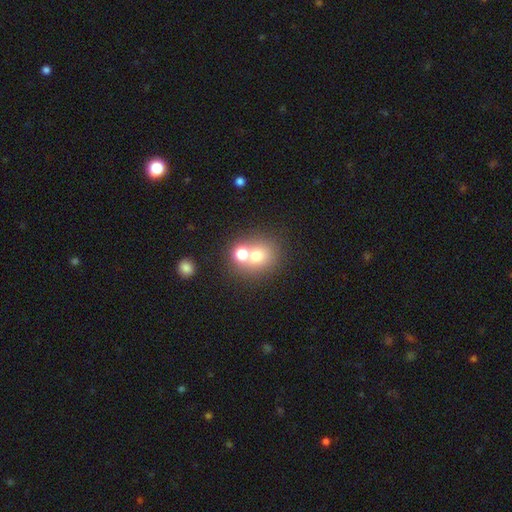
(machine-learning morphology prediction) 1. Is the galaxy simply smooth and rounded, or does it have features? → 69% smooth, 17% featured or disk, 15% star or artifact.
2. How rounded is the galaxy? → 77% round, 22% in between, 1% cigar-shaped.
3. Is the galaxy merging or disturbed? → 53% merger, 39% none, 6% minor disturbance, 3% major disturbance.